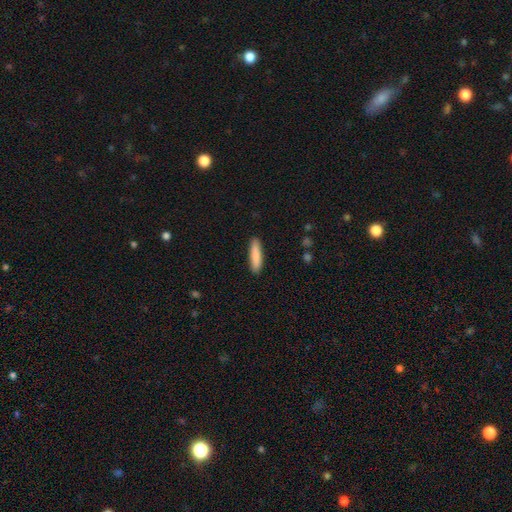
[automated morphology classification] Overall: smooth (84%). How rounded: cigar-shaped (80%). Merging: none (89%).